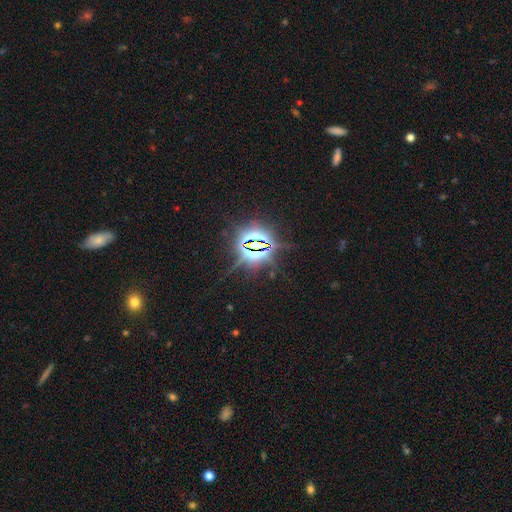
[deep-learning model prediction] Q: Smooth or featured?
A: star or artifact (83%); runner-up: smooth (9%)